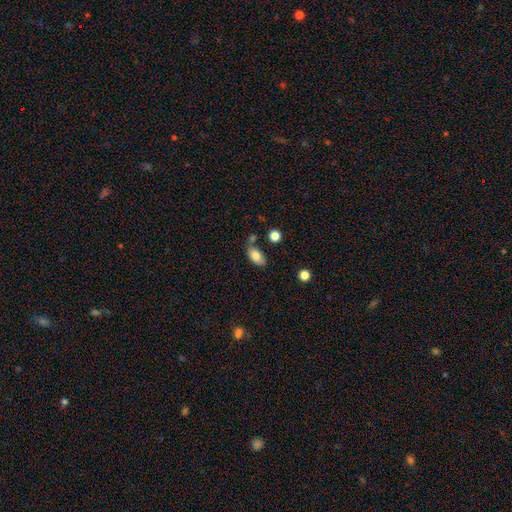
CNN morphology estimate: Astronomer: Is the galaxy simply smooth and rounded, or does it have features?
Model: smooth — 82%.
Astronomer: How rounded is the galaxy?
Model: in between — 91%.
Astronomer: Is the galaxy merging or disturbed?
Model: none — 63%.